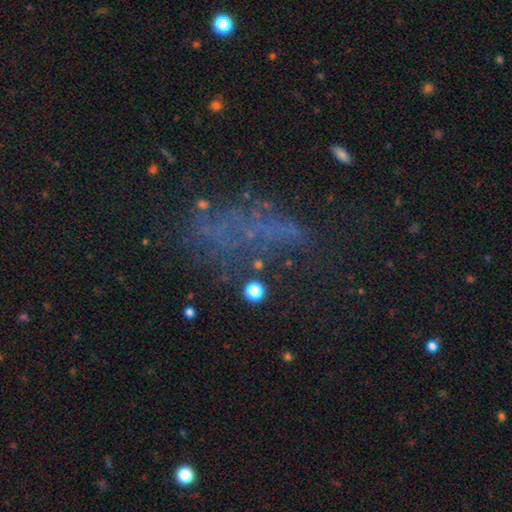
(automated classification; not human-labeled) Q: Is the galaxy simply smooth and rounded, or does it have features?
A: star or artifact — 37%.